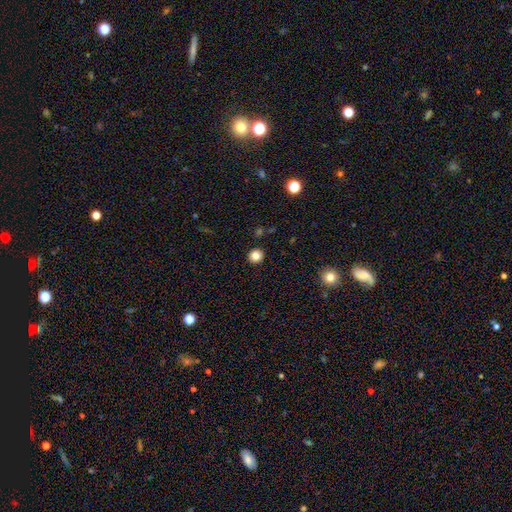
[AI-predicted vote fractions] Morphology: type=smooth (83%); roundness=round (91%); merging=none (92%).